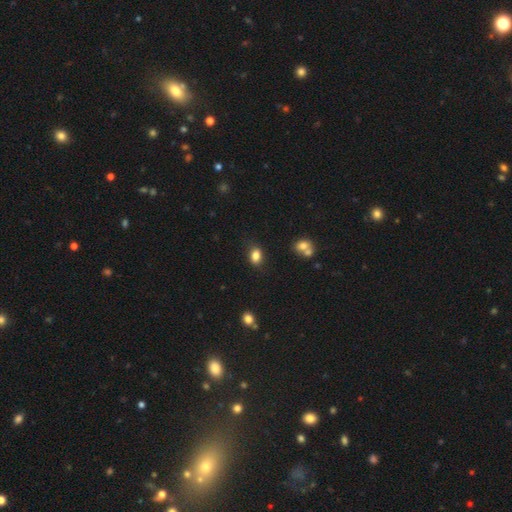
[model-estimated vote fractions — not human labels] Smooth or featured? Predicted: smooth (p=0.84). How rounded? Predicted: in between (p=0.79). Merging? Predicted: none (p=0.79).